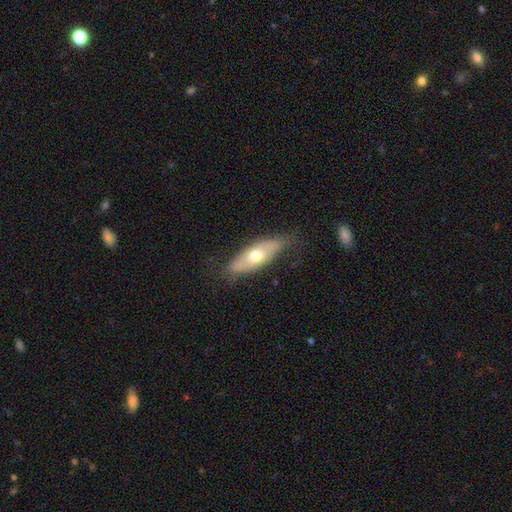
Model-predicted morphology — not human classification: Overall: smooth (57%; featured or disk 37%). How rounded: in between (65%; cigar-shaped 32%). Merging: none (73%).